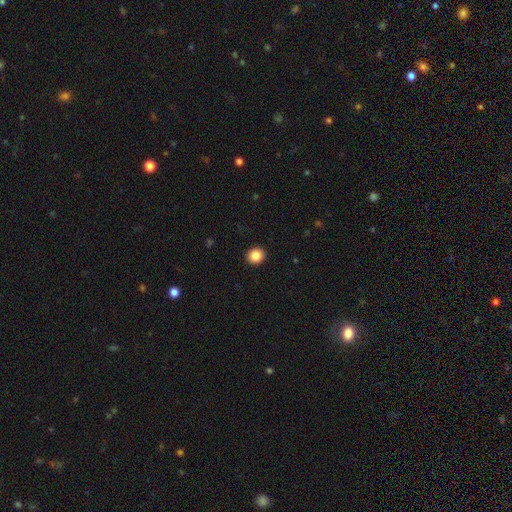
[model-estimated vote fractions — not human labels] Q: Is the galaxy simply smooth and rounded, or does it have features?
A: smooth — 87%.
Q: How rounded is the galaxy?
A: round — 83%.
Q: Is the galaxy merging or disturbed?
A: none — 93%.